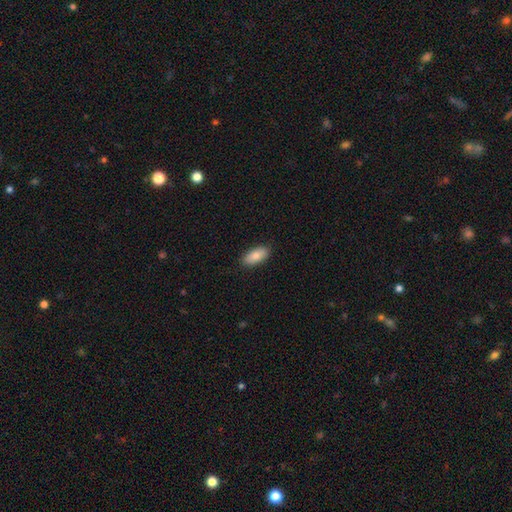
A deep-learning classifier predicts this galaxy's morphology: smooth-or-featured: smooth: 83% | featured or disk: 11% | star or artifact: 6%
  how-rounded: in between: 89% | cigar-shaped: 9% | round: 2%
  merging: none: 89% | minor disturbance: 9% | major disturbance: 2% | merger: 1%